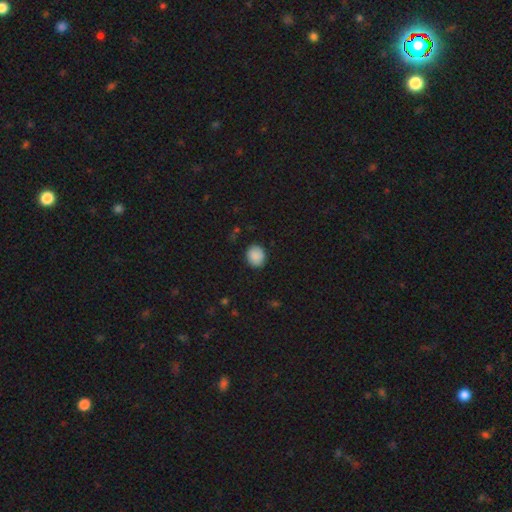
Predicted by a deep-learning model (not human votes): A smooth galaxy with no disk features (89%) that is round (62%).

Vote fractions:
- Smooth or featured? smooth: 89% / star or artifact: 8% / featured or disk: 3%
- How rounded? round: 62% / in between: 37% / cigar-shaped: 1%
- Merging? none: 87% / minor disturbance: 10% / major disturbance: 2% / merger: 1%